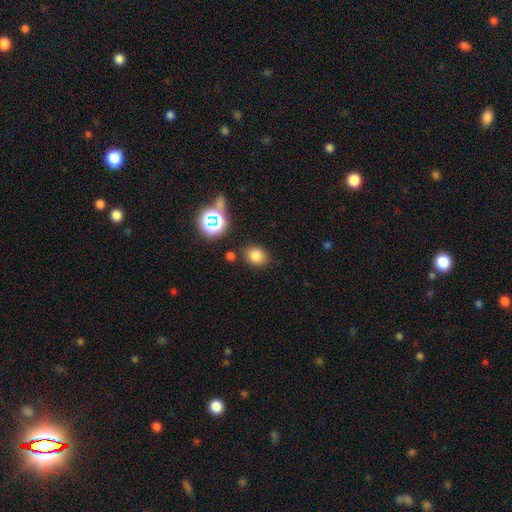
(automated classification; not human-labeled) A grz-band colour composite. It shows a smooth galaxy with no disk features (77%) that is round (64%). Merging: none (81%).